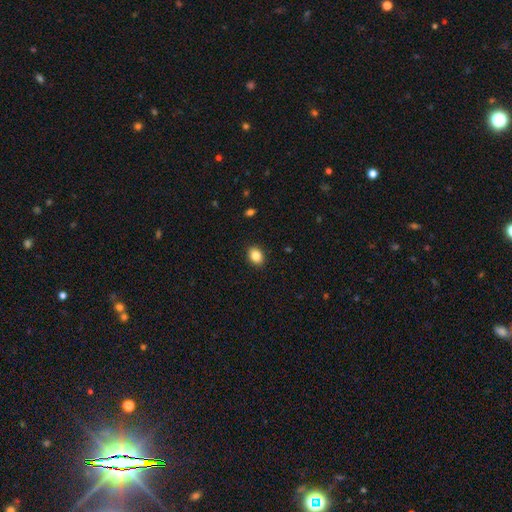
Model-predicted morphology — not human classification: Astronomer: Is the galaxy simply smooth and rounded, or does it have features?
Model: smooth — 86%.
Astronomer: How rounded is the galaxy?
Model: in between — 67%.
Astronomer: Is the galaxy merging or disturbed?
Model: none — 91%.